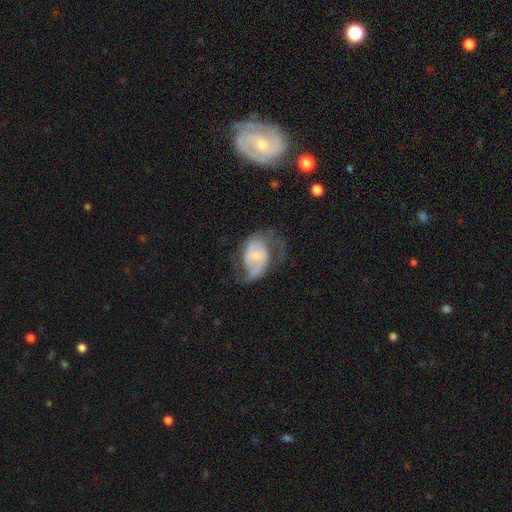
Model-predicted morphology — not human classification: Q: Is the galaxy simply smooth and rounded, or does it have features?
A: featured or disk — 74%.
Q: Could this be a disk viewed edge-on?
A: no — 97%.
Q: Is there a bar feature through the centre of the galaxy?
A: no — 56%.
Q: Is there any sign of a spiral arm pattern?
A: yes — 85%.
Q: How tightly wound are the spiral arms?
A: medium — 44%.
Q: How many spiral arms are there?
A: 2 — 80%.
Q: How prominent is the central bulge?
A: small — 56%.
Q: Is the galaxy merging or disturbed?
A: none — 49%.